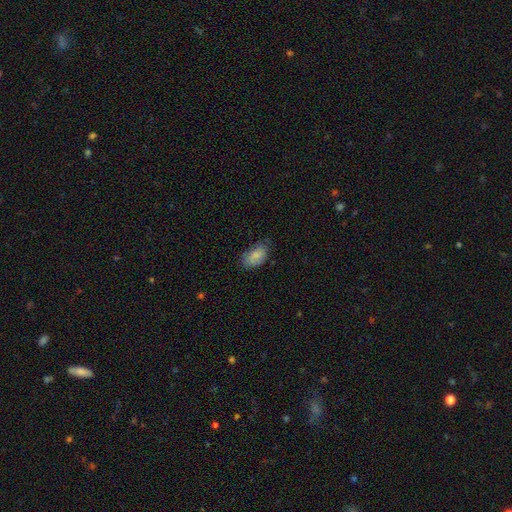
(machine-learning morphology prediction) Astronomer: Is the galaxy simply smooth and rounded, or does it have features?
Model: smooth — 82%.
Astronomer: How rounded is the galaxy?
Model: in between — 91%.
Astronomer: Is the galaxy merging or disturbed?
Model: none — 64%.